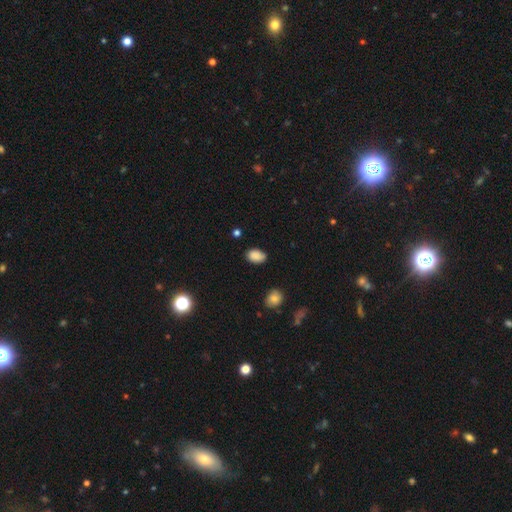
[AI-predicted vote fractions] smooth-or-featured: smooth: 87% | star or artifact: 9% | featured or disk: 4%
  how-rounded: in between: 85% | round: 14% | cigar-shaped: 1%
  merging: none: 79% | minor disturbance: 17% | major disturbance: 3% | merger: 2%